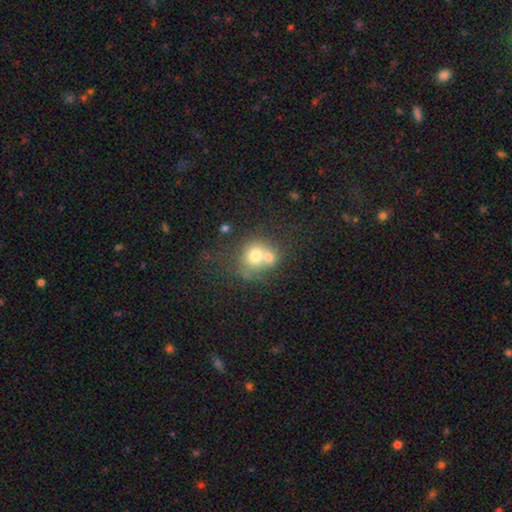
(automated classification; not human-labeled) This appears to be a smooth galaxy with no disk features (66%) that is round (73%). Merging: merger (59%).